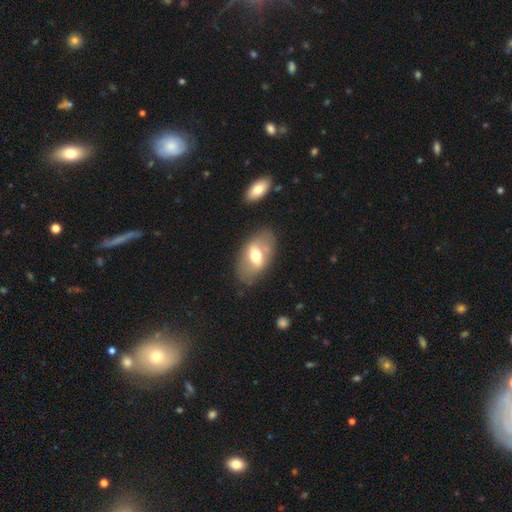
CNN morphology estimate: A featured or disk galaxy (49%).

Vote fractions:
- Smooth or featured? featured or disk: 49% / smooth: 44% / star or artifact: 7%
- Merging? none: 72% / minor disturbance: 16% / major disturbance: 7% / merger: 4%